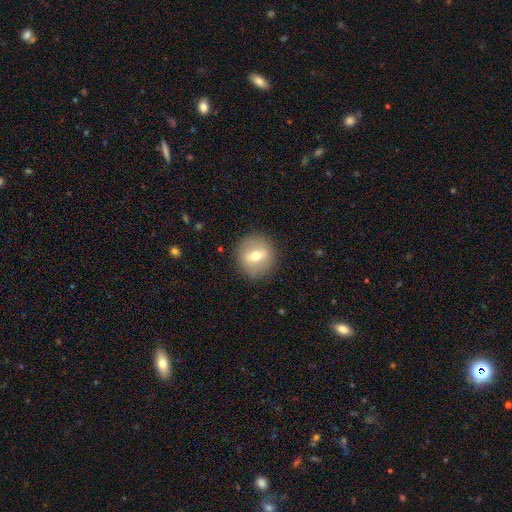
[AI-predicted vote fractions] smooth_or_featured: smooth (p=0.49) [alt: featured or disk p=0.43]
merging: none (p=0.87) [alt: minor disturbance p=0.08]